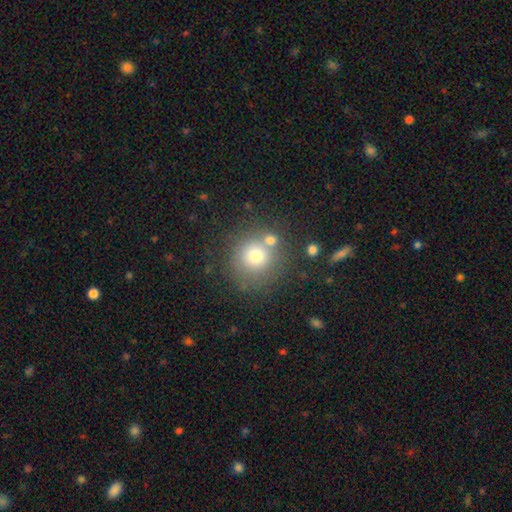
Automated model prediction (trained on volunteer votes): Smooth or featured?
  - smooth: 74% *
  - star or artifact: 13%
  - featured or disk: 13%
How rounded?
  - round: 91% *
  - in between: 8%
  - cigar-shaped: 1%
Merging?
  - none: 70% *
  - merger: 14%
  - minor disturbance: 11%
  - major disturbance: 5%